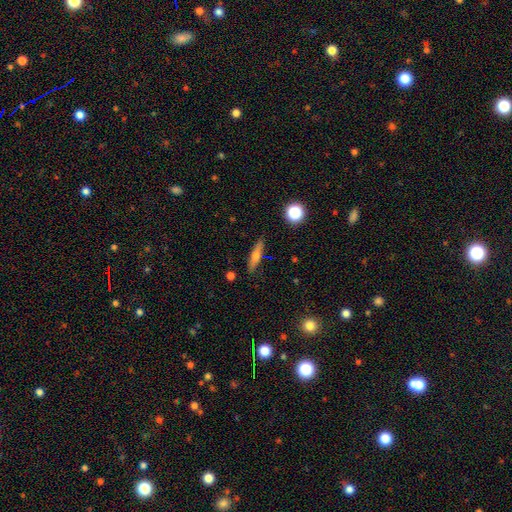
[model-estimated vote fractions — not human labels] A smooth galaxy with no disk features (57%) that is cigar-shaped (78%). Merging: none (87%).